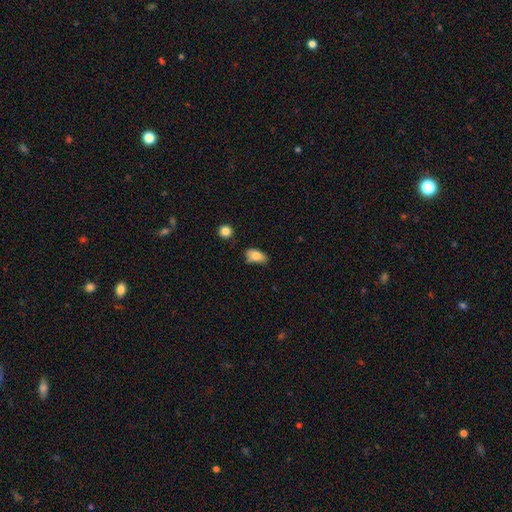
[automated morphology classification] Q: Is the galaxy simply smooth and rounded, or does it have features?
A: smooth — 80%.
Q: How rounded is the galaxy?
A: in between — 89%.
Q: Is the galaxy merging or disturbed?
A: none — 58%.